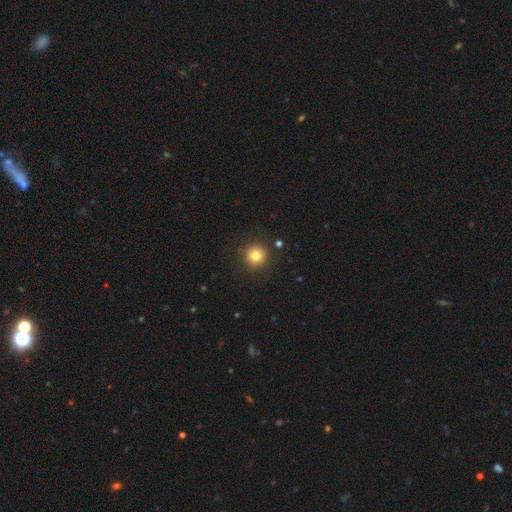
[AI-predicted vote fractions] Q: Smooth or featured?
A: smooth (81%); runner-up: star or artifact (12%)
Q: How rounded?
A: round (95%); runner-up: in between (4%)
Q: Merging?
A: none (90%); runner-up: minor disturbance (6%)